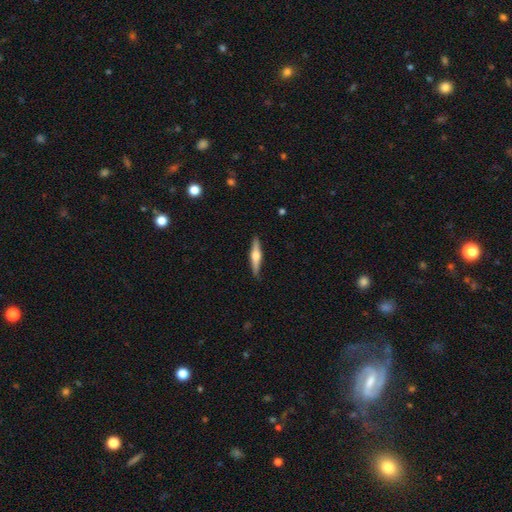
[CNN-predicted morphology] smooth_or_featured: featured or disk (p=0.63) [alt: smooth p=0.32]
disk_edge_on: yes (p=0.97) [alt: no p=0.03]
edge_on_bulge: rounded (p=0.90) [alt: boxy p=0.07]
merging: none (p=0.89) [alt: minor disturbance p=0.08]